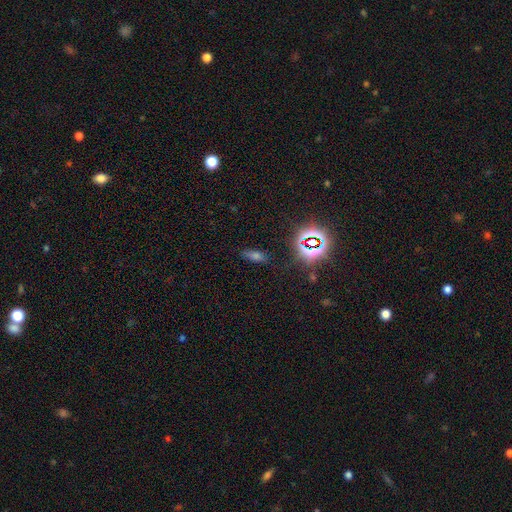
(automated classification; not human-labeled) smooth-or-featured: smooth: 52% | star or artifact: 35% | featured or disk: 13%
  how-rounded: in between: 64% | cigar-shaped: 28% | round: 8%
  merging: none: 81% | minor disturbance: 13% | major disturbance: 4% | merger: 2%